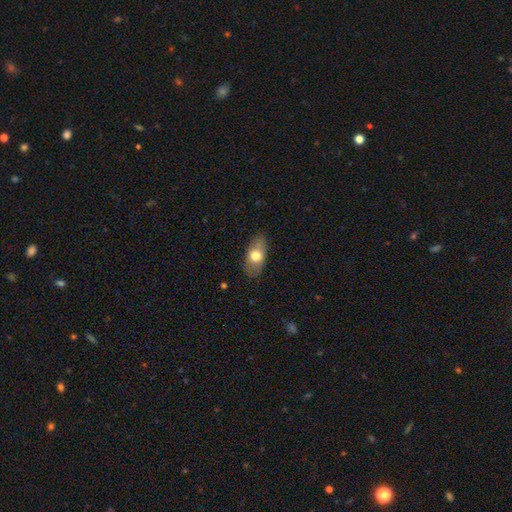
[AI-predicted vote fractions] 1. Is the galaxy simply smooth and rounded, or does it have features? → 67% smooth, 26% featured or disk, 7% star or artifact.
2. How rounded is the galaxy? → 85% in between, 8% cigar-shaped, 7% round.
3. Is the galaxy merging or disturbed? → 79% none, 15% minor disturbance, 4% major disturbance, 1% merger.